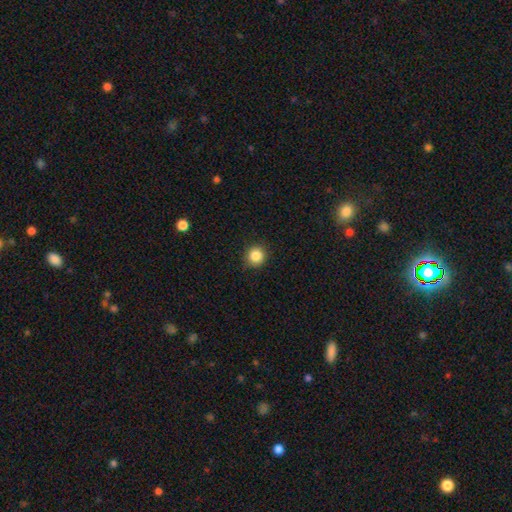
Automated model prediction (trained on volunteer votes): The model was most divided on "smooth or featured": smooth: 86%, star or artifact: 10%, featured or disk: 4%. More confident: how rounded — round (92%); merging — none (88%).